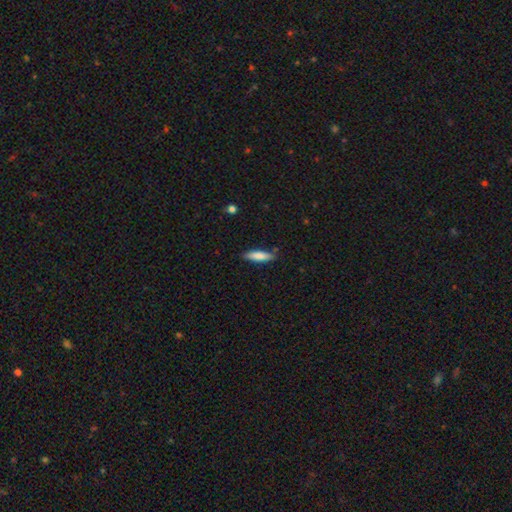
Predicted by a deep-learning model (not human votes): smooth_or_featured: smooth (p=0.81) [alt: featured or disk p=0.13]
how_rounded: cigar-shaped (p=0.67) [alt: in between p=0.32]
merging: none (p=0.83) [alt: minor disturbance p=0.13]